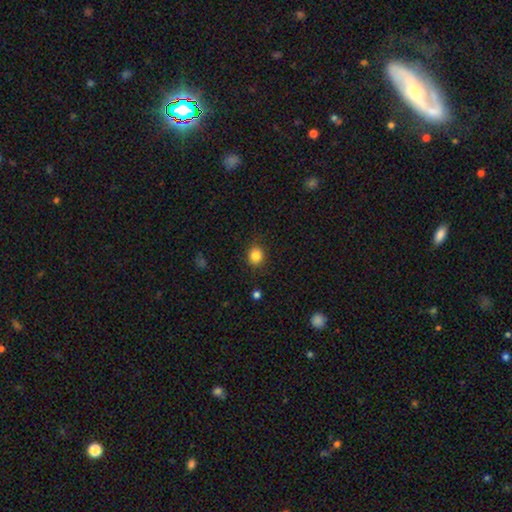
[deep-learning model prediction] Overall: smooth (84%). How rounded: round (78%). Merging: none (84%).